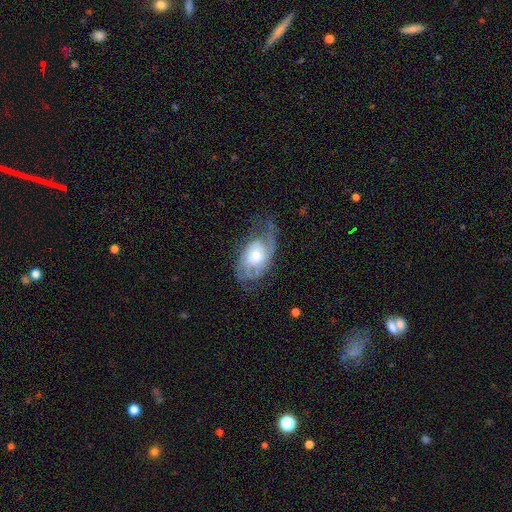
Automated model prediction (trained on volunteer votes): smooth_or_featured: featured or disk (p=0.72) [alt: smooth p=0.22]
disk_edge_on: no (p=0.95) [alt: yes p=0.05]
bar: no (p=0.70) [alt: weak p=0.25]
has_spiral_arms: yes (p=0.86) [alt: no p=0.14]
spiral_winding: medium (p=0.41) [alt: loose p=0.30]
spiral_arm_count: 2 (p=0.51) [alt: can't tell p=0.24]
bulge_size: moderate (p=0.43) [alt: large p=0.30]
merging: none (p=0.42) [alt: major disturbance p=0.29]